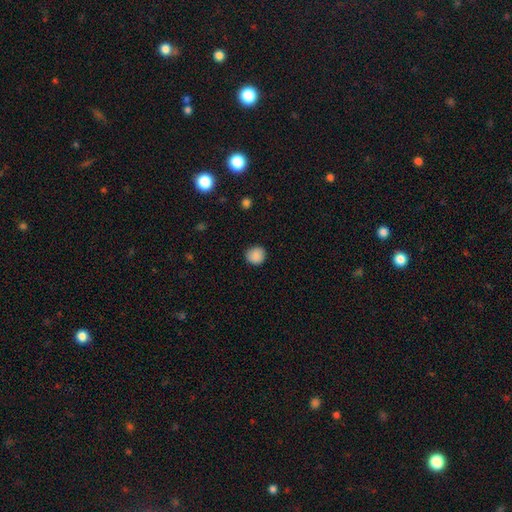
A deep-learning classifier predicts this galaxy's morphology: A smooth galaxy with no disk features (88%) that is round (92%). Merging: none (89%).